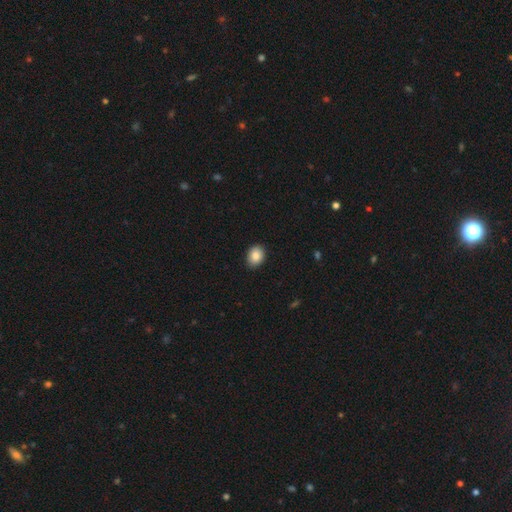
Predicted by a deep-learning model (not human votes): Q: Smooth or featured?
A: smooth (86%); runner-up: star or artifact (8%)
Q: How rounded?
A: in between (60%); runner-up: round (40%)
Q: Merging?
A: none (88%); runner-up: minor disturbance (9%)